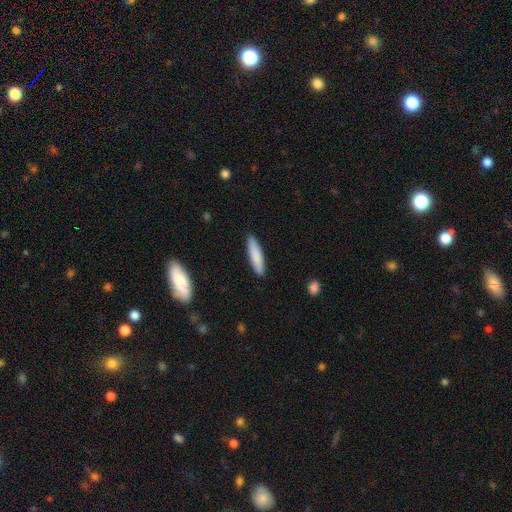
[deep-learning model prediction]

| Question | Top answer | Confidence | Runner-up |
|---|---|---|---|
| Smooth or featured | smooth | 83% | featured or disk (12%) |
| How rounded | cigar-shaped | 80% | in between (18%) |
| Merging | none | 90% | minor disturbance (8%) |